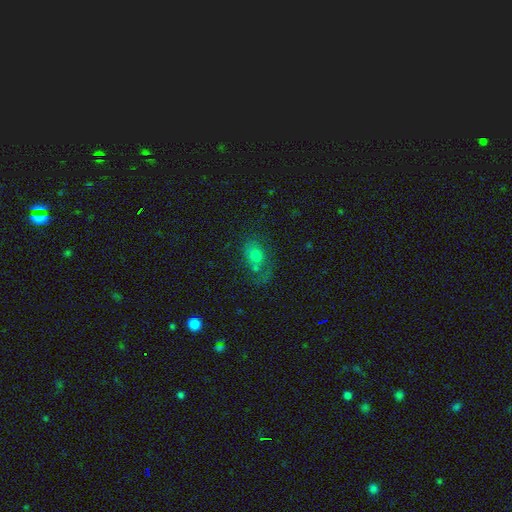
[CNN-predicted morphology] The model was most divided on "merging": none: 38%, merger: 23%, minor disturbance: 20%, major disturbance: 19%. More confident: smooth or featured — smooth (63%); how rounded — in between (61%).